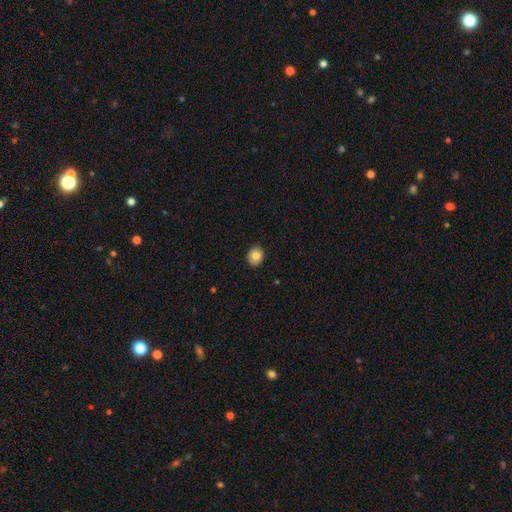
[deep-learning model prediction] A smooth galaxy with no disk features (82%) that is round (66%). Merging: none (89%).